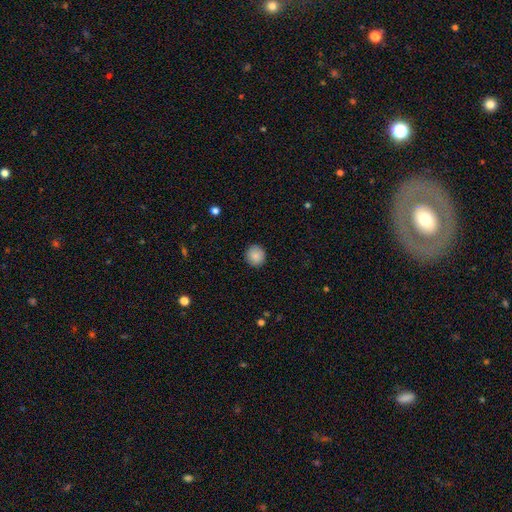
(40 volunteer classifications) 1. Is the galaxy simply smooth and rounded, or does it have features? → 92% smooth, 5% star or artifact, 2% featured or disk.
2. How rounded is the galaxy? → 97% round, 3% in between, 0% cigar-shaped.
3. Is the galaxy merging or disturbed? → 97% none, 3% minor disturbance, 0% major disturbance, 0% merger.